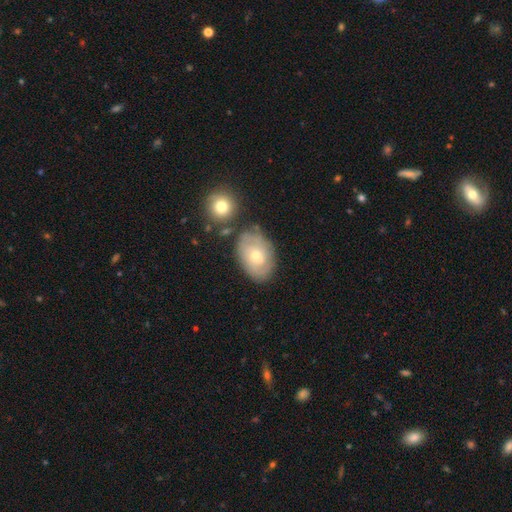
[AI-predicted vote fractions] Smooth or featured? Predicted: featured or disk (p=0.48). Merging? Predicted: none (p=0.64).